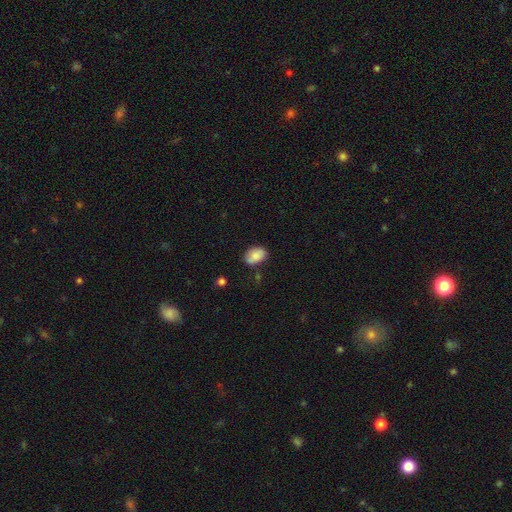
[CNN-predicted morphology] Smooth or featured? smooth (82%)
How rounded? in between (86%)
Merging? none (73%)